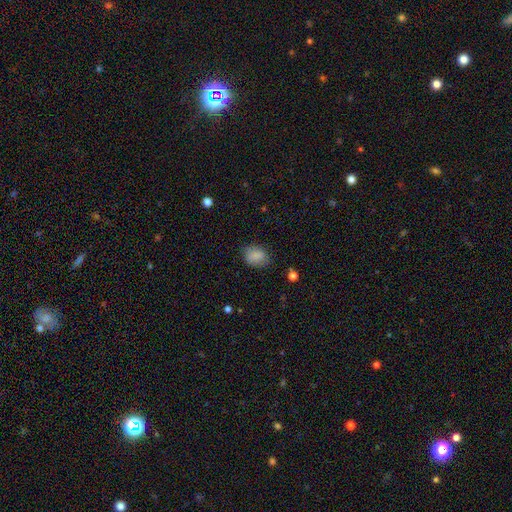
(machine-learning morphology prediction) Smooth or featured? smooth (85%)
How rounded? in between (66%)
Merging? none (76%)